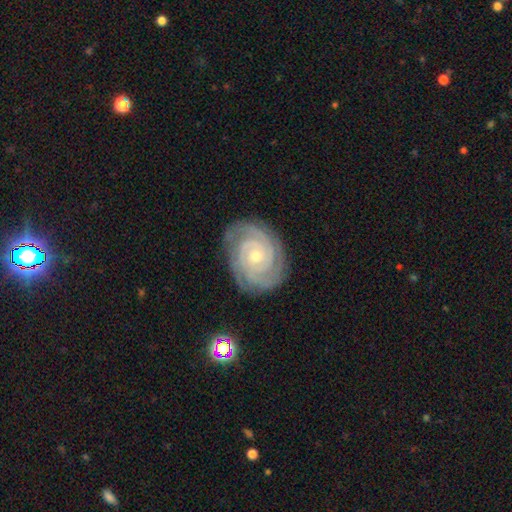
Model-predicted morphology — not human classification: Smooth or featured? Predicted: featured or disk (p=0.91). Edge-on disk? Predicted: no (p=0.98). Bar? Predicted: no (p=0.74). Spiral arms? Predicted: yes (p=0.99). Spiral winding? Predicted: tight (p=0.86). Spiral arm count? Predicted: 3 (p=0.33). Bulge size? Predicted: small (p=0.63). Merging? Predicted: none (p=0.83).